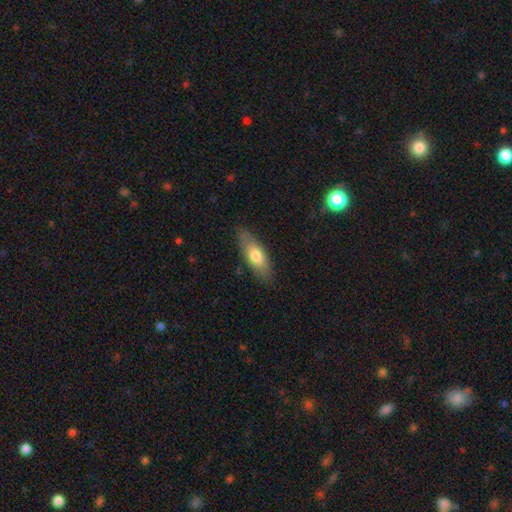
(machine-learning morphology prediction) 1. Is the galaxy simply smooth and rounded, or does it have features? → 70% smooth, 24% featured or disk, 6% star or artifact.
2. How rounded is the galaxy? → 67% in between, 31% cigar-shaped, 2% round.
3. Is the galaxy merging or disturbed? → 83% none, 13% minor disturbance, 3% major disturbance, 1% merger.